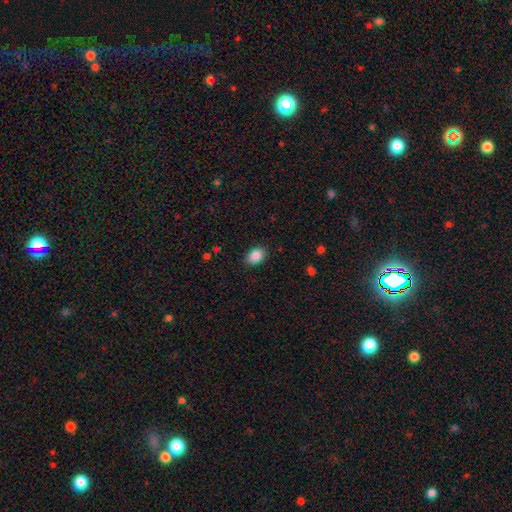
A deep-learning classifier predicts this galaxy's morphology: A smooth galaxy with no disk features (88%) that is in between round and cigar-shaped (79%). Merging: none (87%).